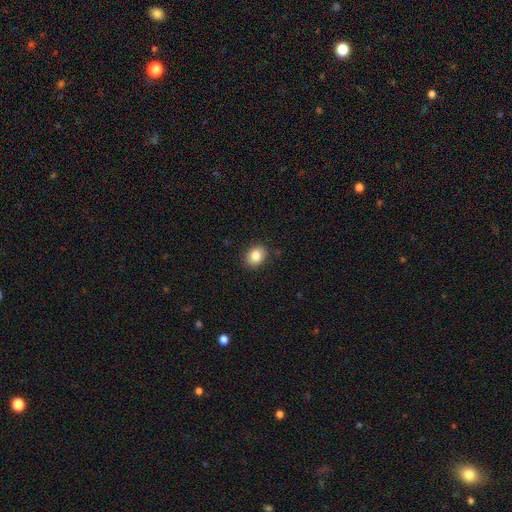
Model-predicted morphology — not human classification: Q: Smooth or featured?
A: smooth (84%); runner-up: star or artifact (9%)
Q: How rounded?
A: in between (56%); runner-up: round (43%)
Q: Merging?
A: none (87%); runner-up: minor disturbance (10%)